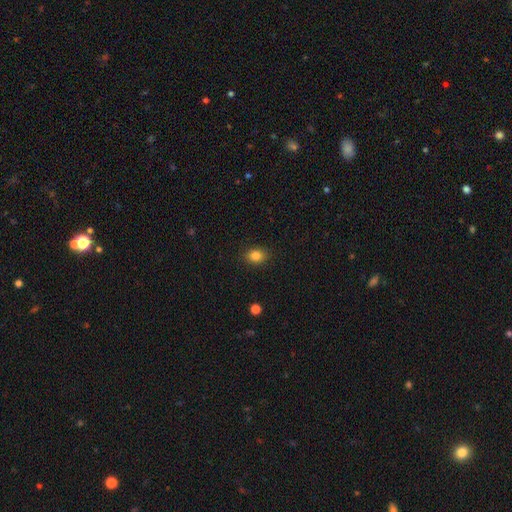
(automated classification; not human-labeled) smooth-or-featured: smooth: 84% | star or artifact: 10% | featured or disk: 6%
  how-rounded: in between: 63% | round: 35% | cigar-shaped: 1%
  merging: none: 88% | minor disturbance: 8% | major disturbance: 2% | merger: 1%